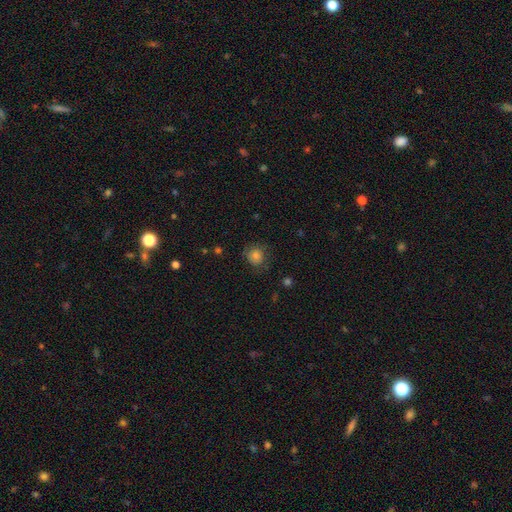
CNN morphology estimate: This is likely a smooth galaxy (79%). How rounded: clearly round (87%). Merging: likely none (73%).